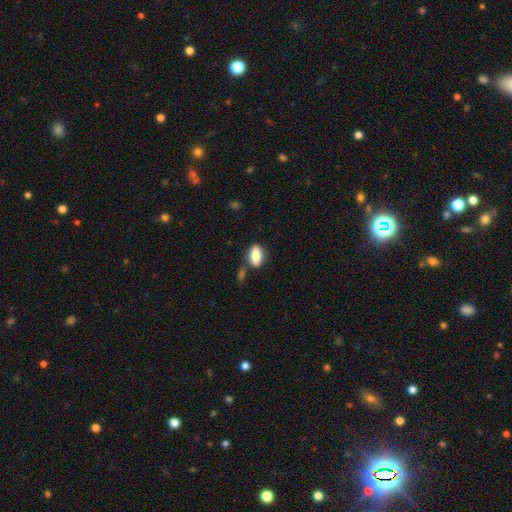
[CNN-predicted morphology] This is likely a smooth galaxy (77%). How rounded: clearly in between (82%). Merging: likely none (66%).